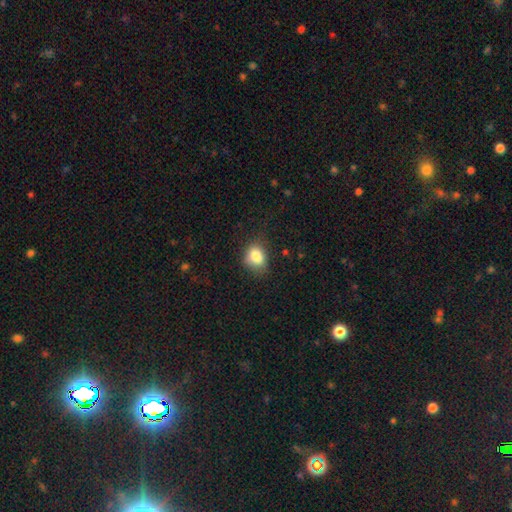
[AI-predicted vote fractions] Smooth or featured? Predicted: smooth (p=0.81). How rounded? Predicted: in between (p=0.56). Merging? Predicted: none (p=0.58).